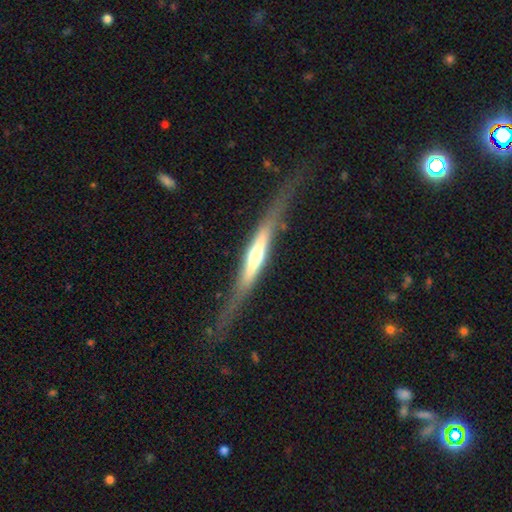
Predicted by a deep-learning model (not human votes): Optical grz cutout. It shows a featured or disk galaxy (69%) viewed edge-on (94%) with a rounded central bulge (82%). Merging: none (68%).